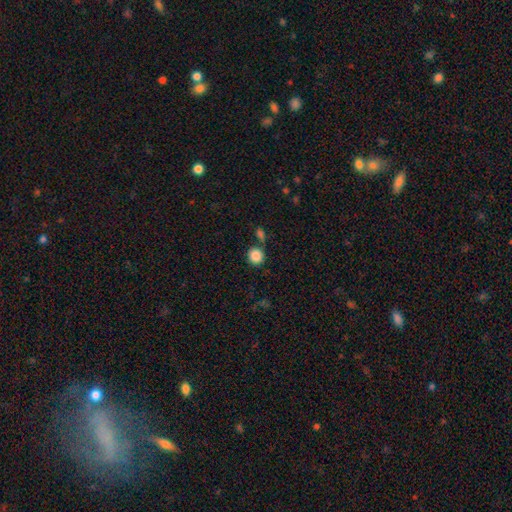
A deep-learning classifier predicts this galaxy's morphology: Smooth or featured? smooth (87%)
How rounded? round (89%)
Merging? none (74%)